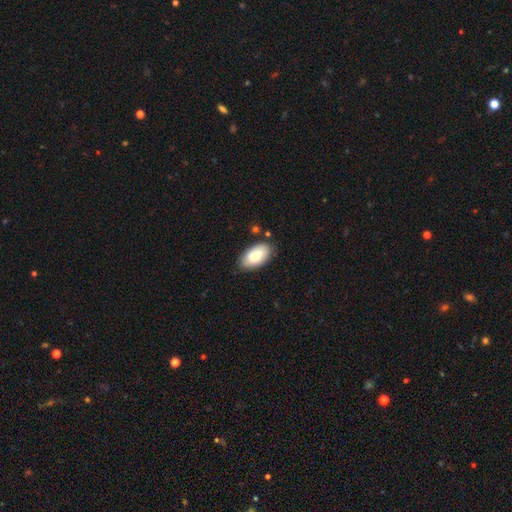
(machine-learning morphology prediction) Smooth or featured? Predicted: smooth (p=0.83). How rounded? Predicted: in between (p=0.95). Merging? Predicted: none (p=0.80).